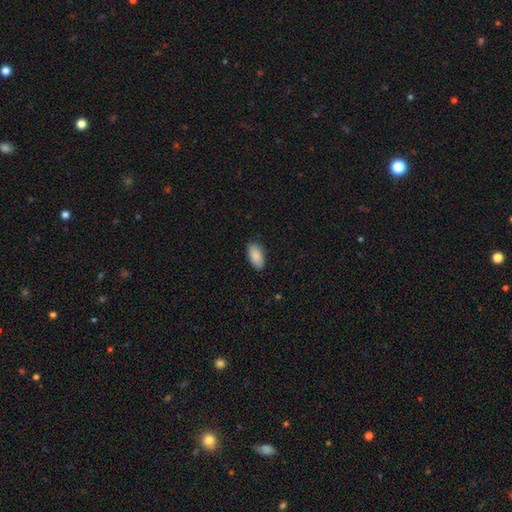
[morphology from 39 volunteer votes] This is clearly a smooth galaxy (95%). How rounded: clearly in between (89%). Merging: clearly none (84%).